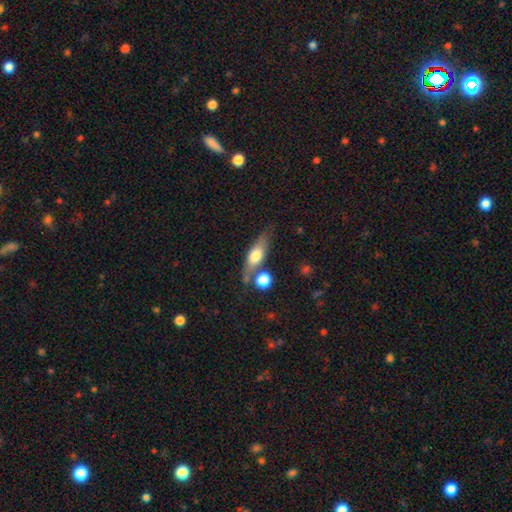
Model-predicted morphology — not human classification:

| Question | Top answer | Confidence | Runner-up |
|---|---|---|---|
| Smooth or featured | smooth | 55% | featured or disk (38%) |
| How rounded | in between | 50% | cigar-shaped (43%) |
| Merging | none | 63% | minor disturbance (16%) |